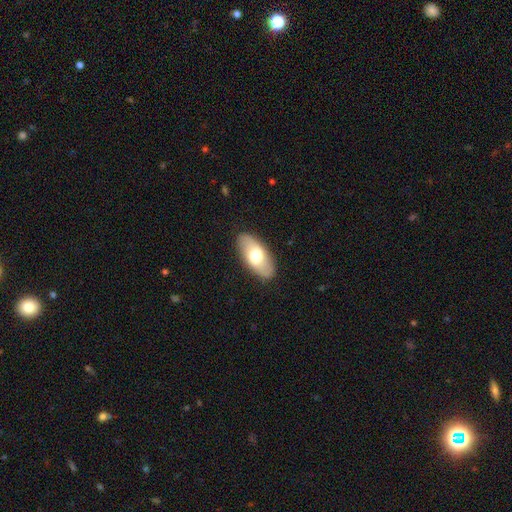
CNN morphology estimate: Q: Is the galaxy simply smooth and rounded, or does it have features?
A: smooth — 62%.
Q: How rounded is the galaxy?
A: in between — 90%.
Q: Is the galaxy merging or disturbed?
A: none — 88%.